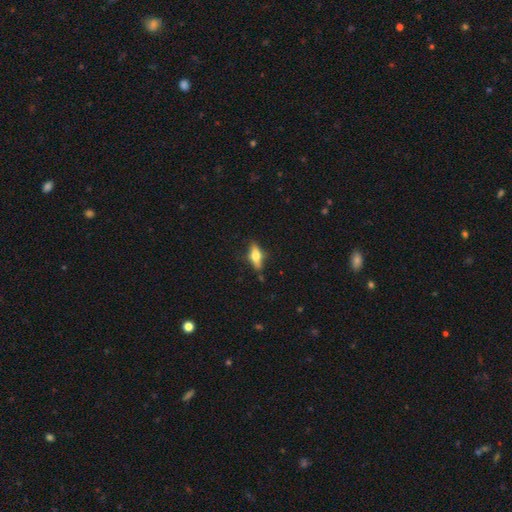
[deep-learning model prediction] smooth_or_featured: smooth (p=0.52) [alt: featured or disk p=0.41]
how_rounded: in between (p=0.60) [alt: cigar-shaped p=0.35]
merging: none (p=0.74) [alt: minor disturbance p=0.19]